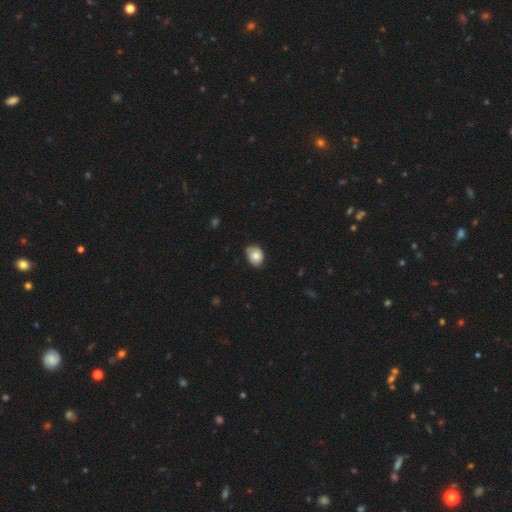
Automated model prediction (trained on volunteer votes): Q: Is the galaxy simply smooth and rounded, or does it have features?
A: smooth — 74%.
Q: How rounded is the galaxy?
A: in between — 61%.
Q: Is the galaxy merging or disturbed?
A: none — 69%.